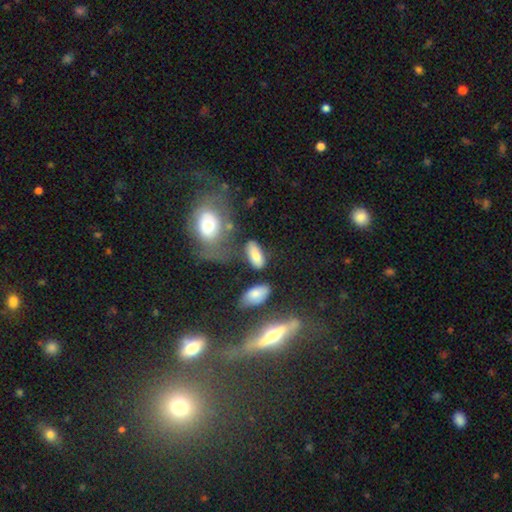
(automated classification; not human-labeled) Smooth or featured?
  - smooth: 74% *
  - featured or disk: 16%
  - star or artifact: 10%
How rounded?
  - in between: 86% *
  - cigar-shaped: 9%
  - round: 5%
Merging?
  - none: 60% *
  - minor disturbance: 19%
  - merger: 11%
  - major disturbance: 11%